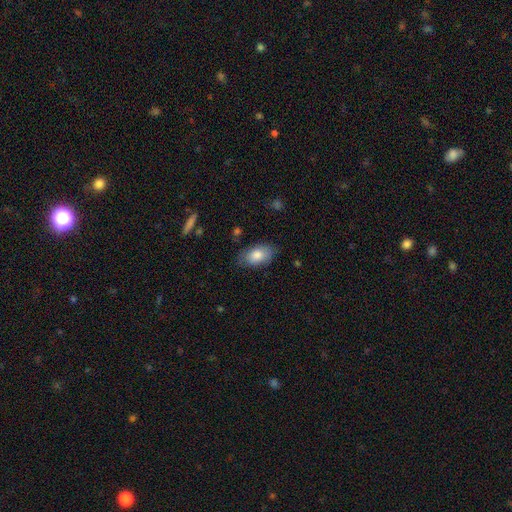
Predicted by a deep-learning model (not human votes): A smooth galaxy with no disk features (81%) that is in between round and cigar-shaped (93%). Merging: none (77%).